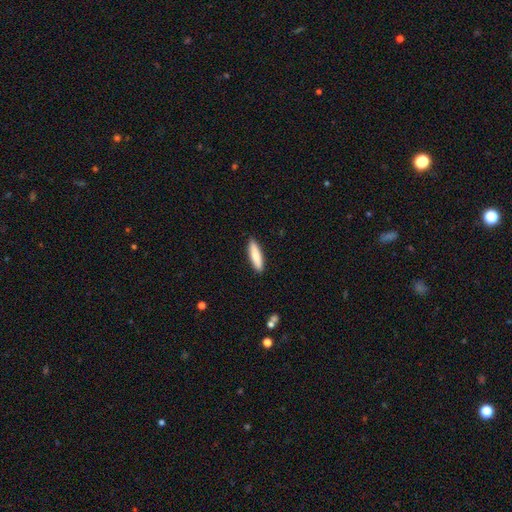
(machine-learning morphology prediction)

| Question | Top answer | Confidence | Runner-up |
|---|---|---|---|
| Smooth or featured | smooth | 80% | featured or disk (15%) |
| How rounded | cigar-shaped | 75% | in between (24%) |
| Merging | none | 90% | minor disturbance (7%) |